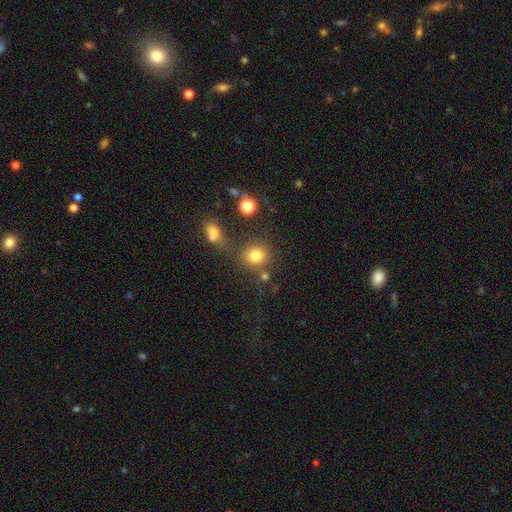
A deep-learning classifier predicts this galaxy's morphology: Q: Smooth or featured?
A: smooth (79%); runner-up: star or artifact (14%)
Q: How rounded?
A: round (83%); runner-up: in between (15%)
Q: Merging?
A: none (69%); runner-up: merger (14%)